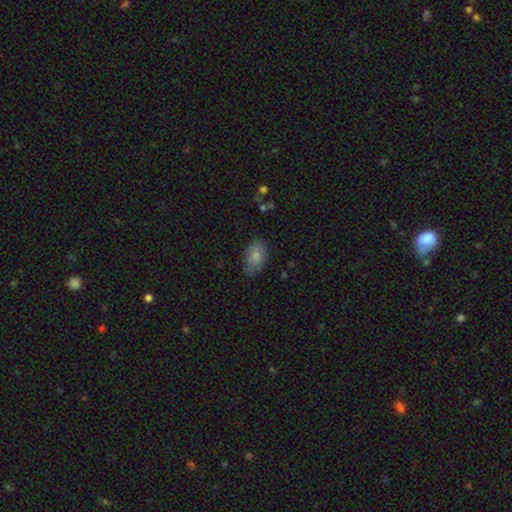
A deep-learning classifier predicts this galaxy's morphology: Smooth or featured?
  - smooth: 82% *
  - featured or disk: 11%
  - star or artifact: 7%
How rounded?
  - in between: 90% *
  - round: 8%
  - cigar-shaped: 2%
Merging?
  - none: 69% *
  - minor disturbance: 23%
  - major disturbance: 6%
  - merger: 2%